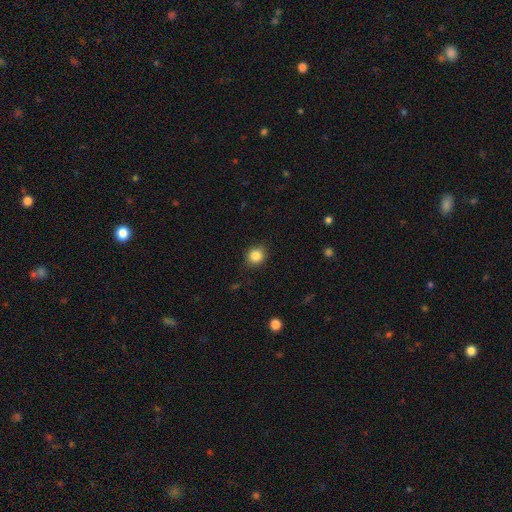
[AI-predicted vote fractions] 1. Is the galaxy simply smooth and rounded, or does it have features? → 85% smooth, 10% star or artifact, 4% featured or disk.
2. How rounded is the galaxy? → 84% round, 15% in between, 1% cigar-shaped.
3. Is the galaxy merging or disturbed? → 88% none, 9% minor disturbance, 2% major disturbance, 1% merger.